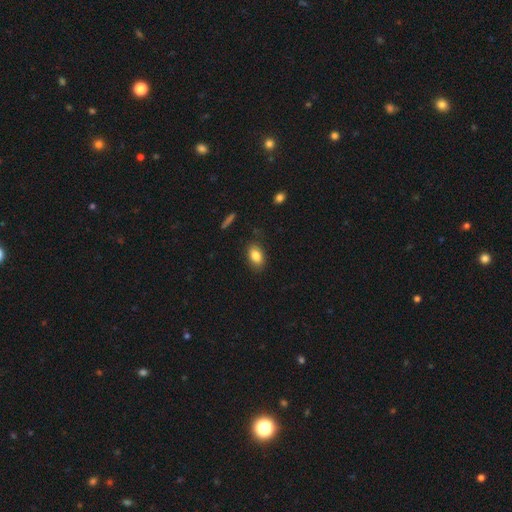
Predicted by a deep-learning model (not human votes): This is clearly a smooth galaxy (84%). How rounded: clearly in between (85%). Merging: clearly none (84%).